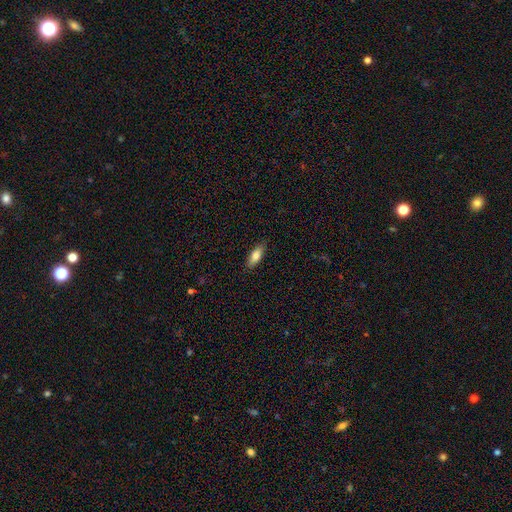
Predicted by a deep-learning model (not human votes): smooth-or-featured: smooth: 80% | featured or disk: 13% | star or artifact: 6%
  how-rounded: in between: 72% | cigar-shaped: 26% | round: 2%
  merging: none: 86% | minor disturbance: 10% | major disturbance: 2% | merger: 1%